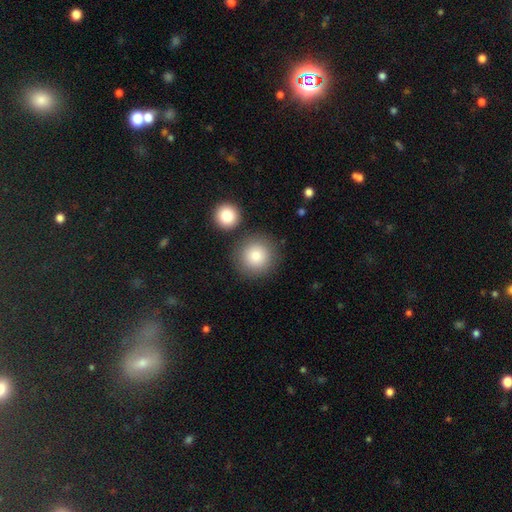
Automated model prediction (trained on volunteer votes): Smooth or featured: smooth — 83% (star or artifact — 9%)
How rounded: round — 95% (in between — 4%)
Merging: none — 81% (merger — 9%)